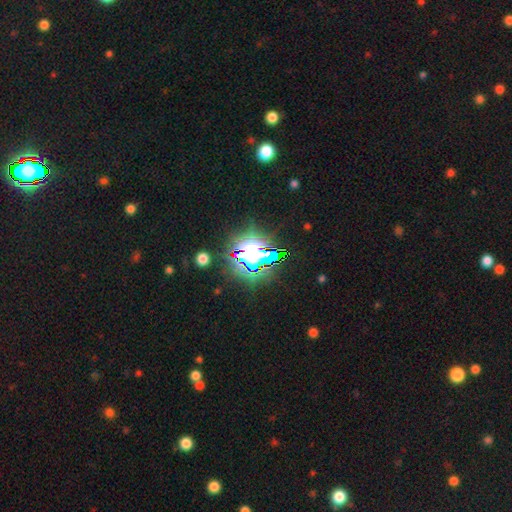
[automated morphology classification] smooth_or_featured: star or artifact (p=0.70) [alt: smooth p=0.17]